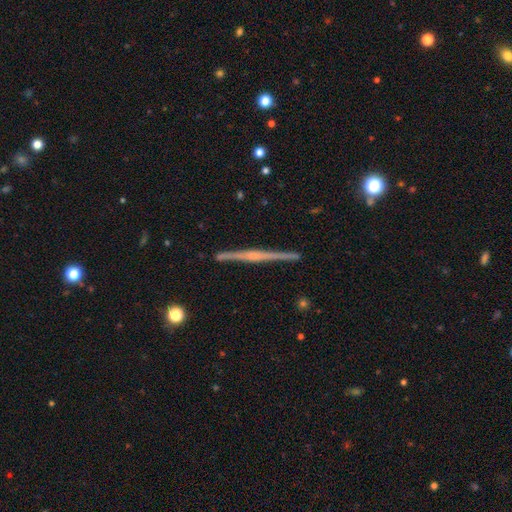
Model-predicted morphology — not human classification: A featured or disk galaxy (81%) viewed edge-on (99%) with a rounded central bulge (54%). Merging: none (93%).